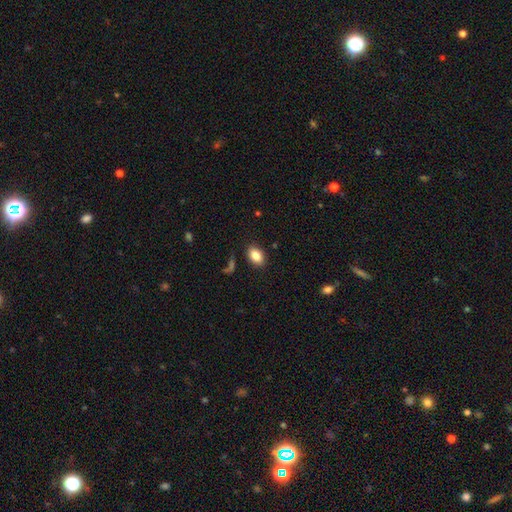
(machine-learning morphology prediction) Smooth or featured? smooth (85%)
How rounded? in between (86%)
Merging? none (86%)